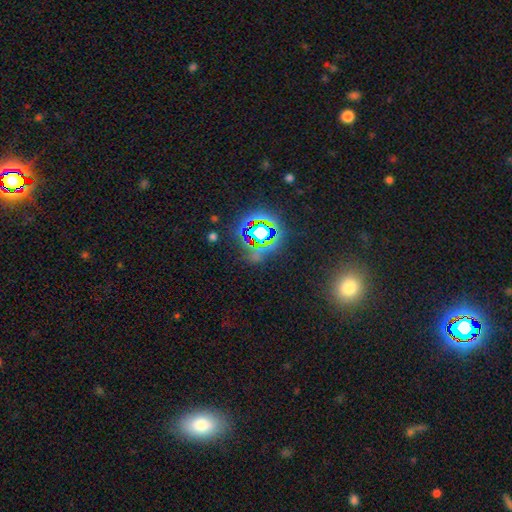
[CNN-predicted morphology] Smooth or featured? Predicted: star or artifact (p=0.72).